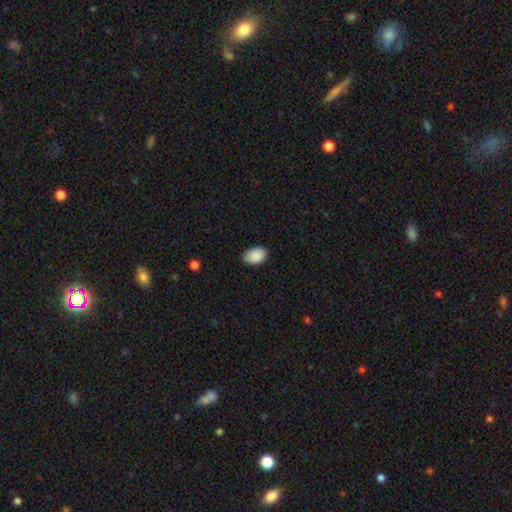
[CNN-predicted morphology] smooth_or_featured: smooth (p=0.90) [alt: star or artifact p=0.07]
how_rounded: in between (p=0.90) [alt: round p=0.09]
merging: none (p=0.81) [alt: minor disturbance p=0.15]